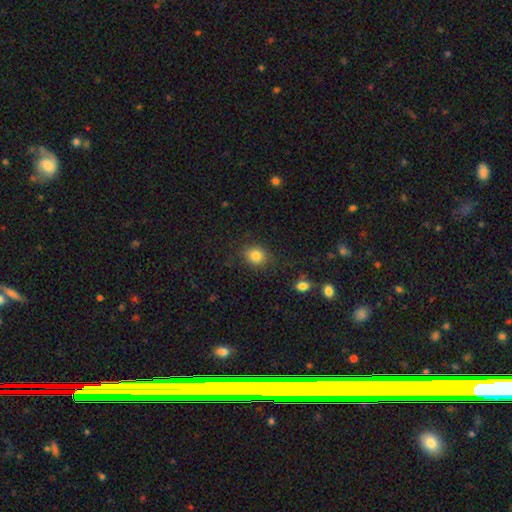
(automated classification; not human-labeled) smooth 84%, star or artifact 10%, featured or disk 6%. Down the decision tree: how rounded — round (66%); merging — none (83%).